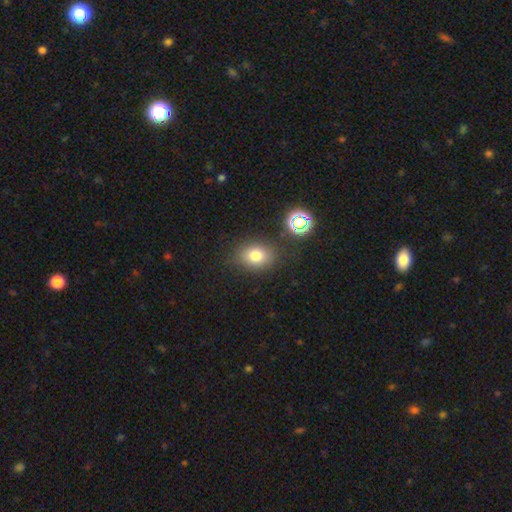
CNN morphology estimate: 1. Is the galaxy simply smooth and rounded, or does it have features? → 77% smooth, 14% star or artifact, 9% featured or disk.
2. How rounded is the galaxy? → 60% in between, 39% round, 1% cigar-shaped.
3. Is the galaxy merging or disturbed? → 80% none, 12% minor disturbance, 4% merger, 4% major disturbance.